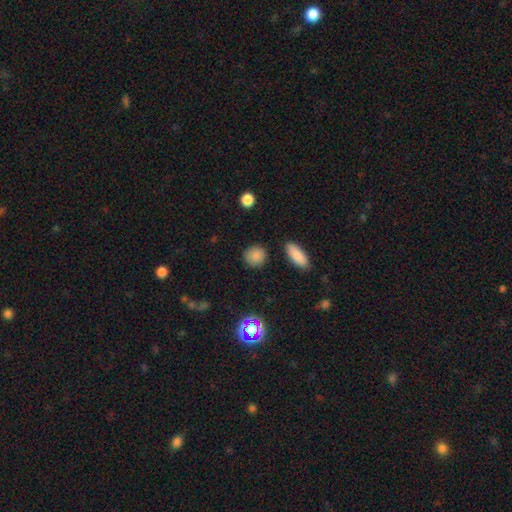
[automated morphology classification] type=smooth (84%); roundness=round (86%); merging=none (87%).